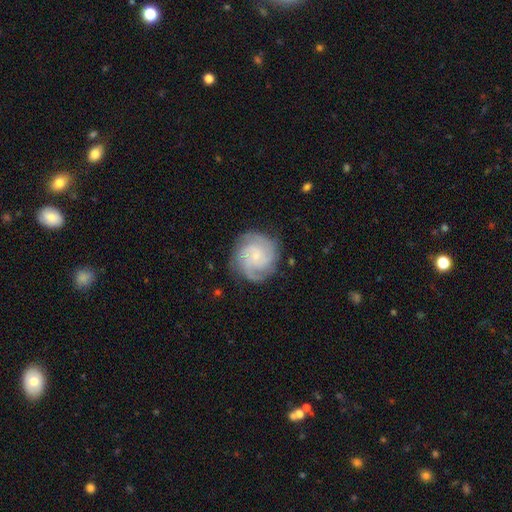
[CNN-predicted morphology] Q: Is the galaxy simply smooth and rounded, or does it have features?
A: featured or disk — 80%.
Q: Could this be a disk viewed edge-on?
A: no — 98%.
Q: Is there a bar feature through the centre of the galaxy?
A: no — 69%.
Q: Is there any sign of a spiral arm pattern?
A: yes — 97%.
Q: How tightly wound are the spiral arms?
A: tight — 59%.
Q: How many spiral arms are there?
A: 3 — 42%.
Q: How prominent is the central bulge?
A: small — 74%.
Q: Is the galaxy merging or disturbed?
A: none — 81%.